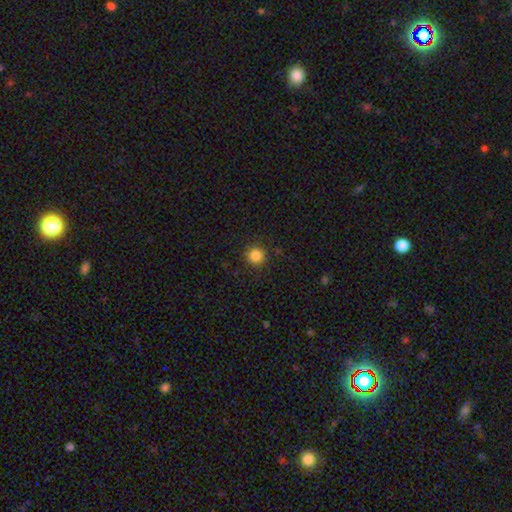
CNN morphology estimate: smooth-or-featured: smooth: 85% | star or artifact: 11% | featured or disk: 4%
  how-rounded: round: 94% | in between: 5% | cigar-shaped: 1%
  merging: none: 90% | minor disturbance: 7% | major disturbance: 2% | merger: 1%